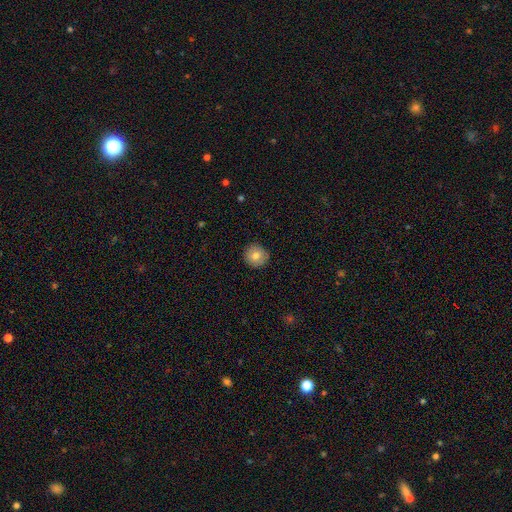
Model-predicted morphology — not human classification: A smooth galaxy with no disk features (78%) that is round (95%). Merging: none (89%).